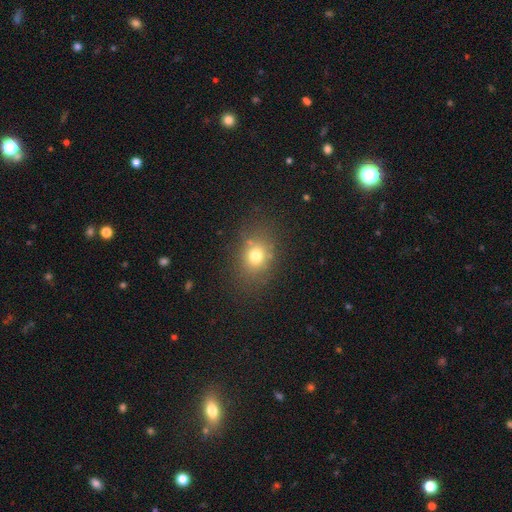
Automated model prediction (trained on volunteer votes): Overall: smooth (73%). How rounded: round (52%; in between 47%). Merging: none (79%).